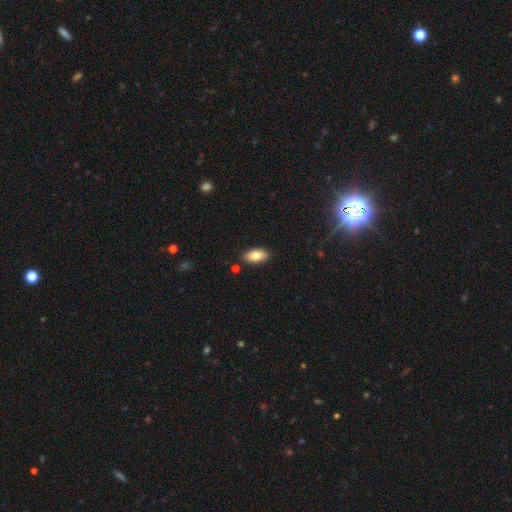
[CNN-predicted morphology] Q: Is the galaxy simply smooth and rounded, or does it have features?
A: smooth — 81%.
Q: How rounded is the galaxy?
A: in between — 93%.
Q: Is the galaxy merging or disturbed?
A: none — 87%.